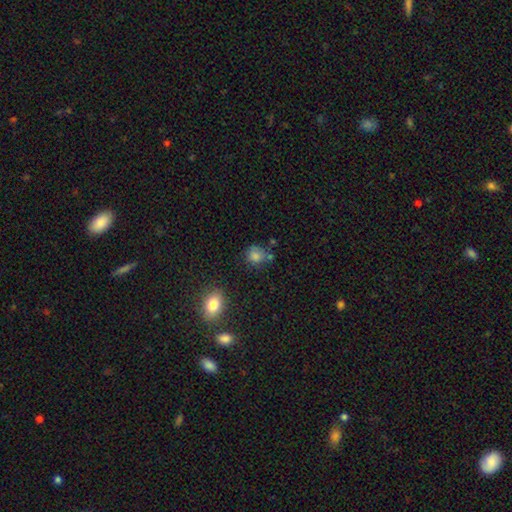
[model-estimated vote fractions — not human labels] smooth-or-featured: smooth: 79% | star or artifact: 13% | featured or disk: 8%
  how-rounded: round: 75% | in between: 24% | cigar-shaped: 1%
  merging: none: 64% | minor disturbance: 18% | merger: 12% | major disturbance: 6%